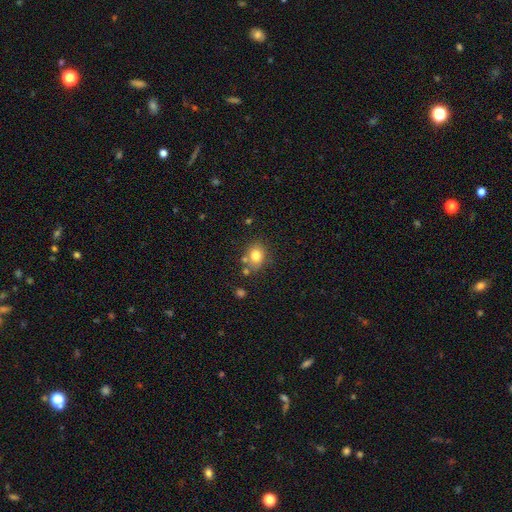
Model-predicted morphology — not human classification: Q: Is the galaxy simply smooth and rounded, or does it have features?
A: smooth — 78%.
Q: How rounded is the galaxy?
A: round — 51%.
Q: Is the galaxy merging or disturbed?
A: none — 66%.